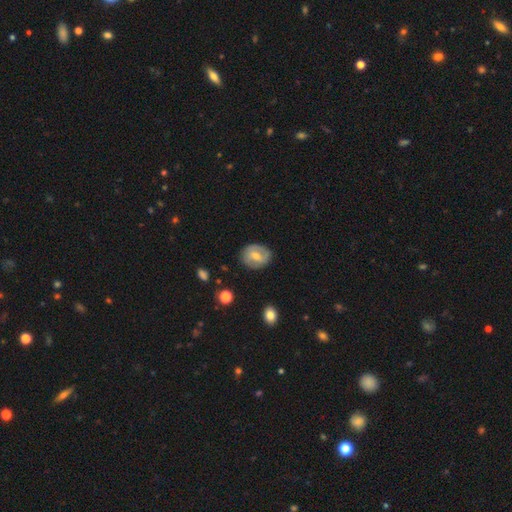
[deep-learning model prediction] Smooth or featured?
  - featured or disk: 47% *
  - smooth: 45%
  - star or artifact: 8%
Merging?
  - none: 81% *
  - minor disturbance: 14%
  - major disturbance: 4%
  - merger: 1%